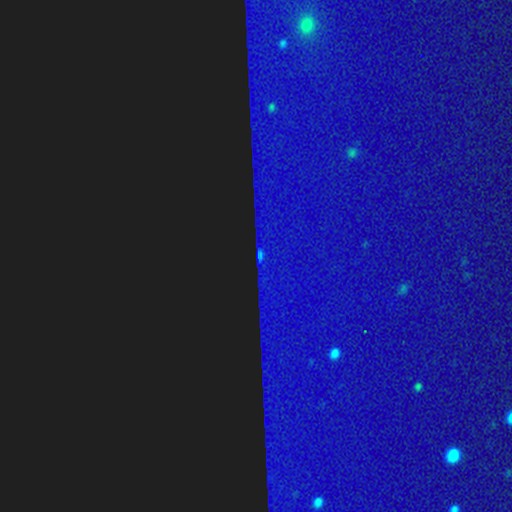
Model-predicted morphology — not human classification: Q: Smooth or featured?
A: star or artifact (84%); runner-up: featured or disk (8%)